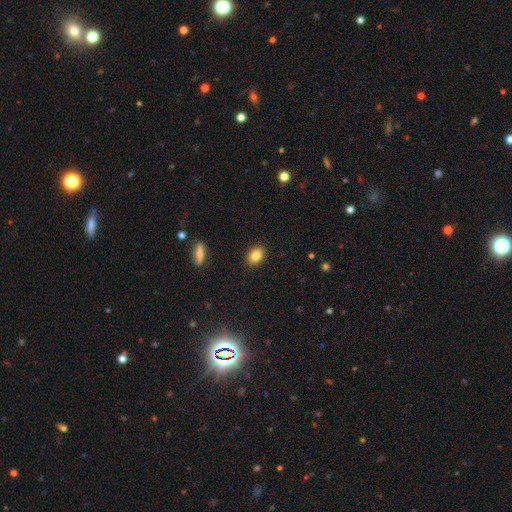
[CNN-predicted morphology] This appears to be a smooth galaxy with no disk features (84%) that is in between round and cigar-shaped (74%). Merging: none (89%).